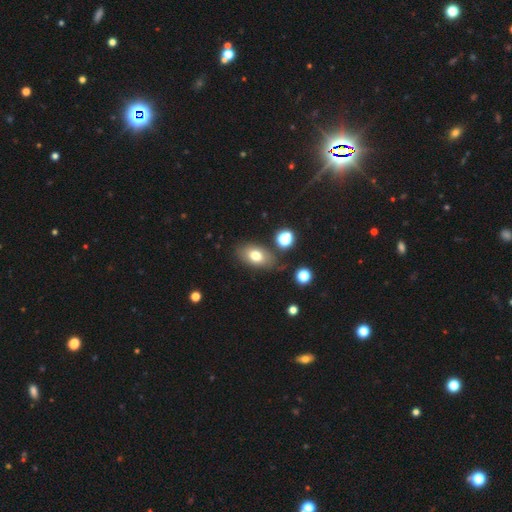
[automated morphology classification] This is likely a smooth galaxy (75%). How rounded: clearly in between (86%). Merging: likely none (74%).